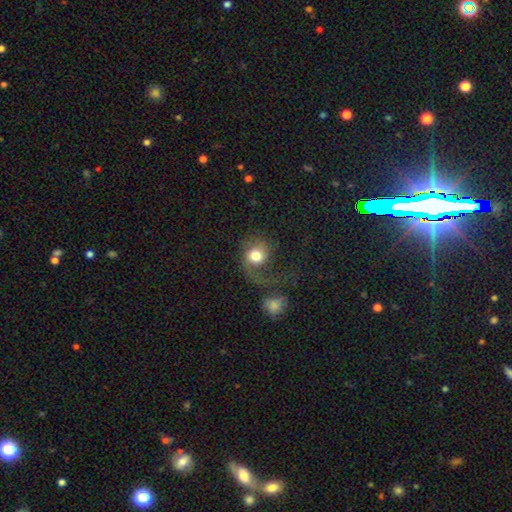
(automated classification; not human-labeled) Overall: smooth (56%; featured or disk 34%). How rounded: round (73%). Merging: major disturbance (45%; none 29%).